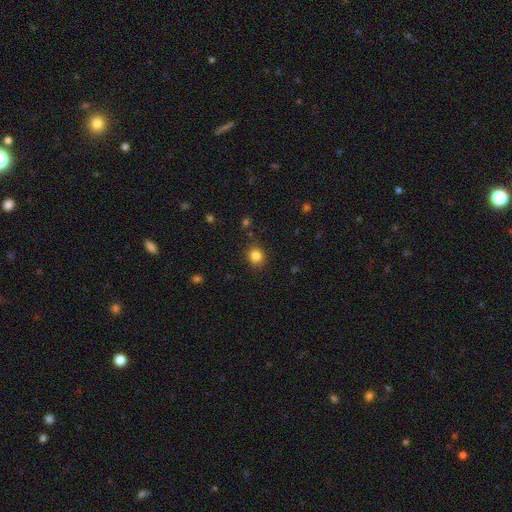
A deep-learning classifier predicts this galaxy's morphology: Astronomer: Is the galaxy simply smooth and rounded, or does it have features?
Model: smooth — 84%.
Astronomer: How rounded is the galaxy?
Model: round — 74%.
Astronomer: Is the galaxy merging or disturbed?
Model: none — 86%.